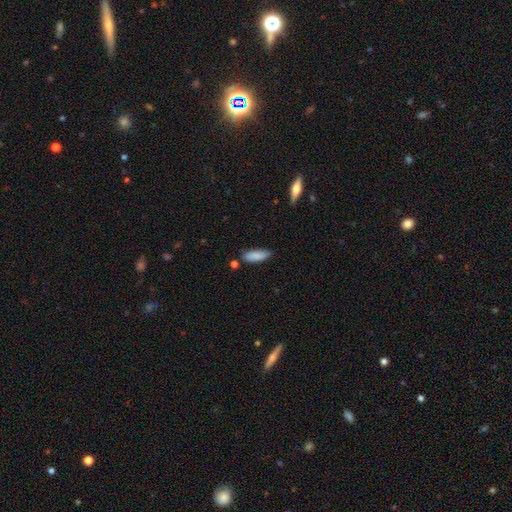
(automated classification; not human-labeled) smooth_or_featured: smooth (p=0.87) [alt: featured or disk p=0.07]
how_rounded: in between (p=0.67) [alt: cigar-shaped p=0.32]
merging: none (p=0.74) [alt: minor disturbance p=0.18]